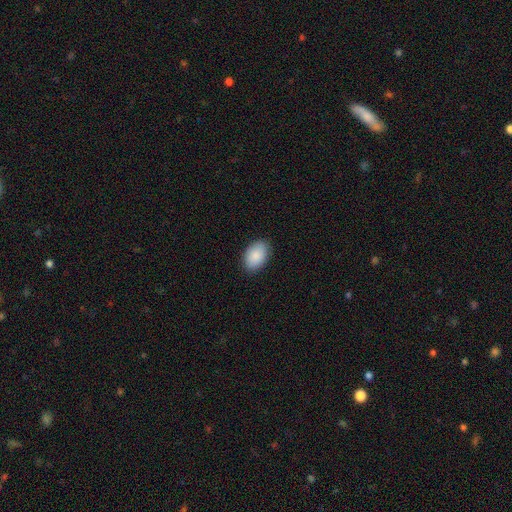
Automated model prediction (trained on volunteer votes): Smooth or featured: smooth — 89% (star or artifact — 6%)
How rounded: in between — 90% (round — 9%)
Merging: none — 87% (minor disturbance — 10%)